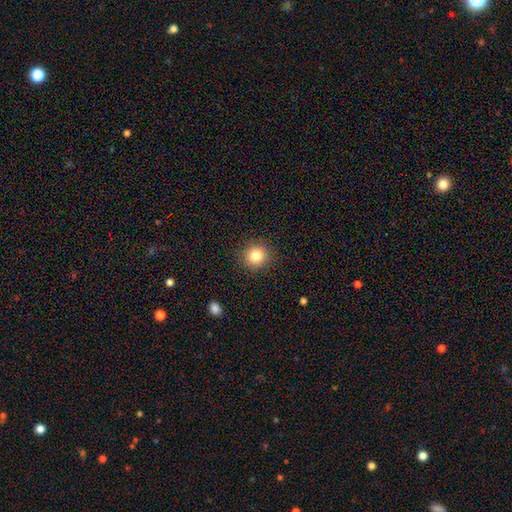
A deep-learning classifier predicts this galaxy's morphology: This is clearly a smooth galaxy (82%). How rounded: clearly round (90%). Merging: clearly none (90%).